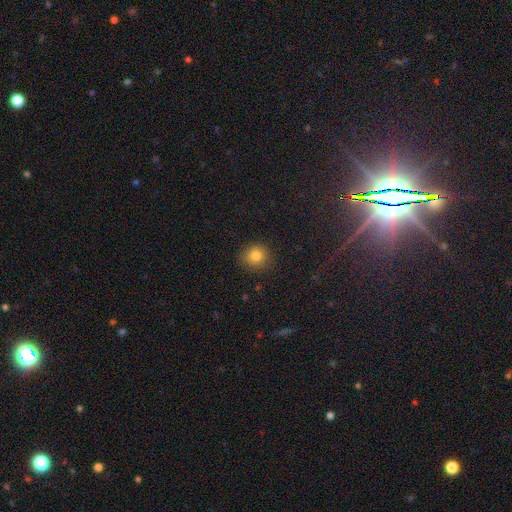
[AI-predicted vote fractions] The model was most divided on "smooth or featured": smooth: 82%, star or artifact: 12%, featured or disk: 6%. More confident: how rounded — round (88%); merging — none (87%).